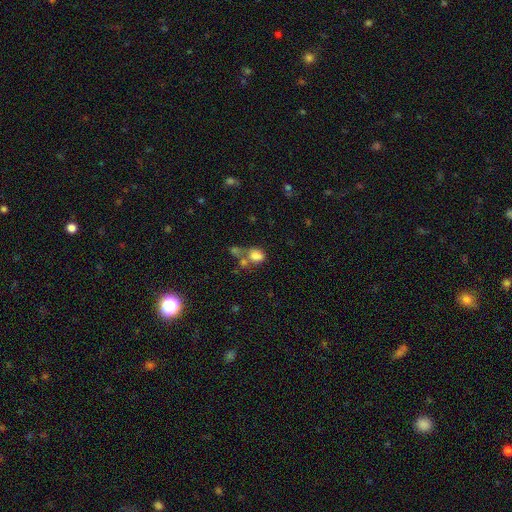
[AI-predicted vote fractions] smooth_or_featured: smooth (p=0.75) [alt: featured or disk p=0.13]
how_rounded: in between (p=0.73) [alt: round p=0.25]
merging: merger (p=0.45) [alt: none p=0.29]